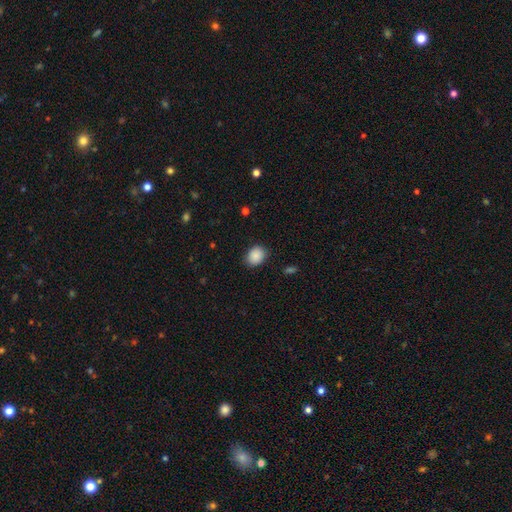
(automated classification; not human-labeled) Smooth or featured: smooth — 89% (star or artifact — 8%)
How rounded: in between — 53% (round — 46%)
Merging: none — 85% (minor disturbance — 11%)